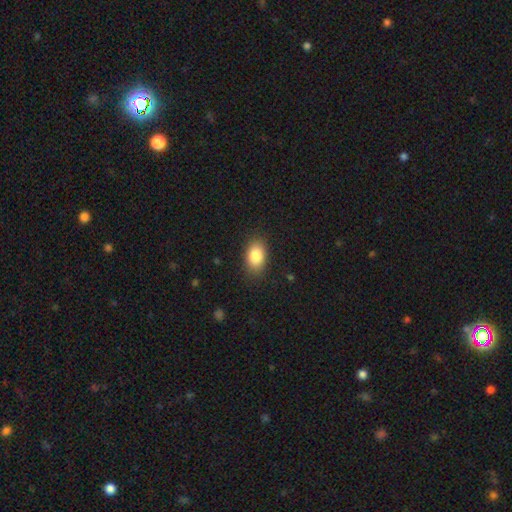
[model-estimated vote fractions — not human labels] Overall: smooth (85%). How rounded: in between (87%). Merging: none (86%).